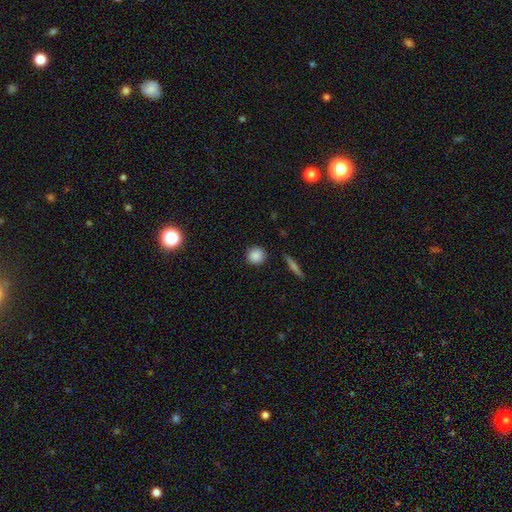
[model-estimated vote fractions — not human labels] A smooth galaxy with no disk features (86%) that is round (91%). Merging: none (90%).